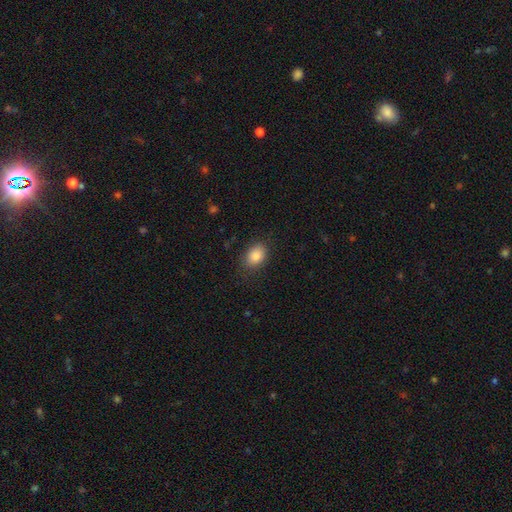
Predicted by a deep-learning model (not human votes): Q: Smooth or featured?
A: smooth (86%); runner-up: star or artifact (8%)
Q: How rounded?
A: in between (76%); runner-up: round (23%)
Q: Merging?
A: none (82%); runner-up: minor disturbance (13%)